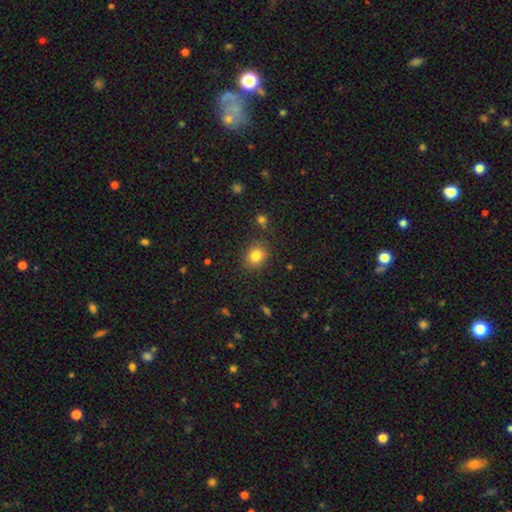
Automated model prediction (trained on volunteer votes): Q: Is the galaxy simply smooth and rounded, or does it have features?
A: smooth — 82%.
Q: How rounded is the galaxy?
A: round — 65%.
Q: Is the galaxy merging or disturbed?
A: none — 84%.